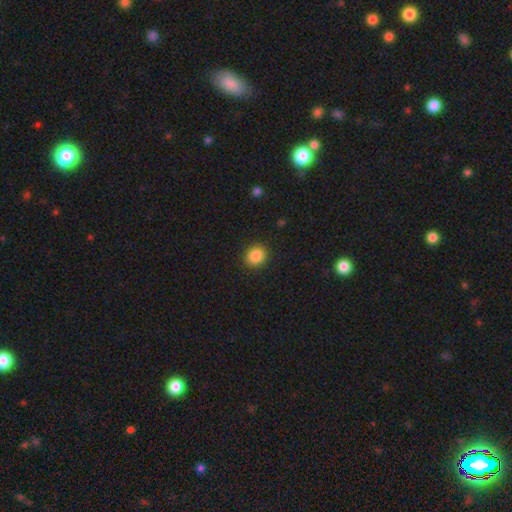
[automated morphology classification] A smooth galaxy with no disk features (86%) that is round (75%).

Vote fractions:
- Smooth or featured? smooth: 86% / star or artifact: 10% / featured or disk: 4%
- How rounded? round: 75% / in between: 24% / cigar-shaped: 1%
- Merging? none: 89% / minor disturbance: 8% / major disturbance: 2% / merger: 1%